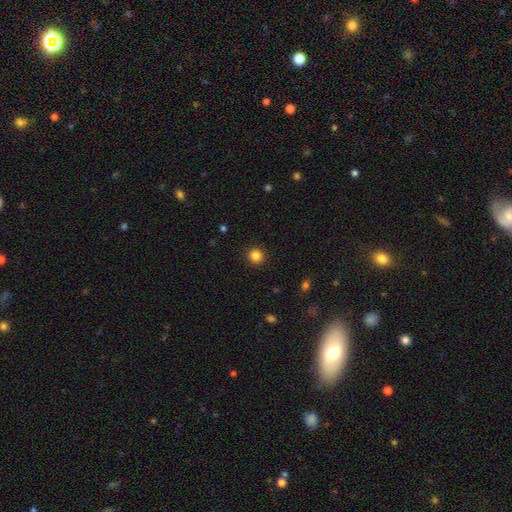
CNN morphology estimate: Overall: smooth (84%). How rounded: round (94%). Merging: none (92%).